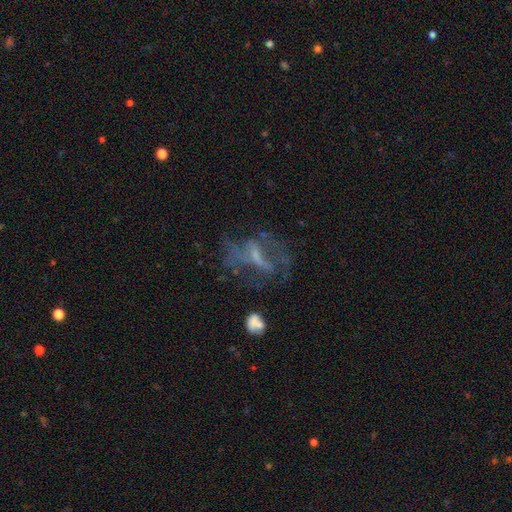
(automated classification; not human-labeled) Morphology: type=featured or disk (61%); edge-on=no (90%); bar=no (42%); spiral arms=no (60%); bulge=small (42%); merging=none (48%).